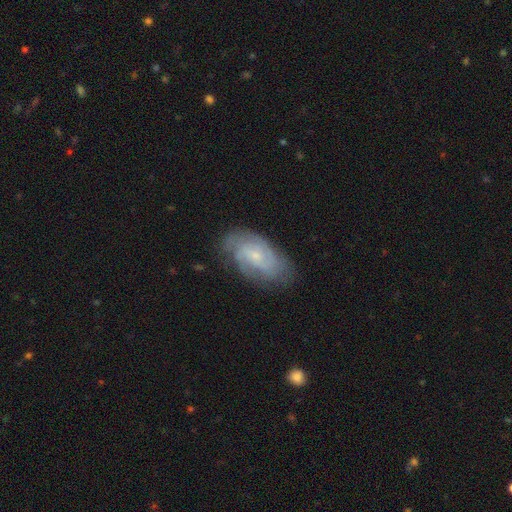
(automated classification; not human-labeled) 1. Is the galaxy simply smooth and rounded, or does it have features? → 79% featured or disk, 15% smooth, 6% star or artifact.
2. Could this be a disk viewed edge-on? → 96% no, 4% yes.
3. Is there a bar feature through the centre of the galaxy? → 60% no, 35% weak, 5% strong.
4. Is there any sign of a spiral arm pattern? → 94% yes, 6% no.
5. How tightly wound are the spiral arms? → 54% tight, 36% medium, 10% loose.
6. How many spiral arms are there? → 34% can't tell, 32% 2, 19% 3, 7% 4, 5% 1, 4% more than 4.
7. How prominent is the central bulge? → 75% small, 19% moderate, 4% none, 1% large, 1% dominant.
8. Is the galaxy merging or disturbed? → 73% none, 19% minor disturbance, 6% major disturbance, 1% merger.